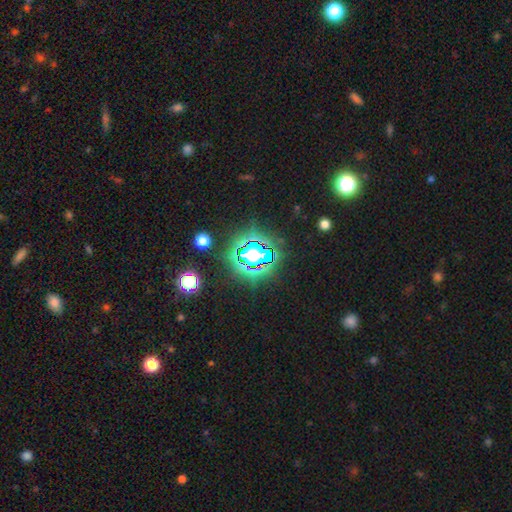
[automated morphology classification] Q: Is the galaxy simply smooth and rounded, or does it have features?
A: star or artifact — 79%.